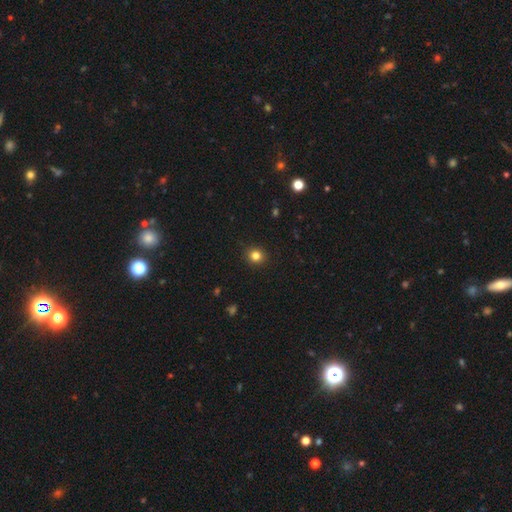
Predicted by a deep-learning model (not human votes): smooth_or_featured: smooth (p=0.82) [alt: star or artifact p=0.13]
how_rounded: round (p=0.87) [alt: in between p=0.12]
merging: none (p=0.91) [alt: minor disturbance p=0.06]